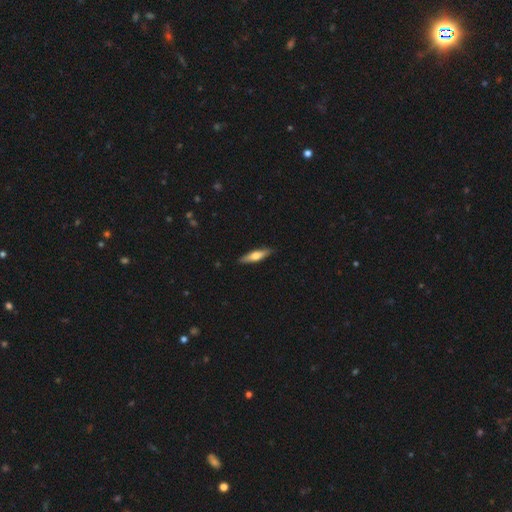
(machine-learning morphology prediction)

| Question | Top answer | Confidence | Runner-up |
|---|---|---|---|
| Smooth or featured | smooth | 54% | featured or disk (40%) |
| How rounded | cigar-shaped | 72% | in between (26%) |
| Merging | none | 90% | minor disturbance (8%) |